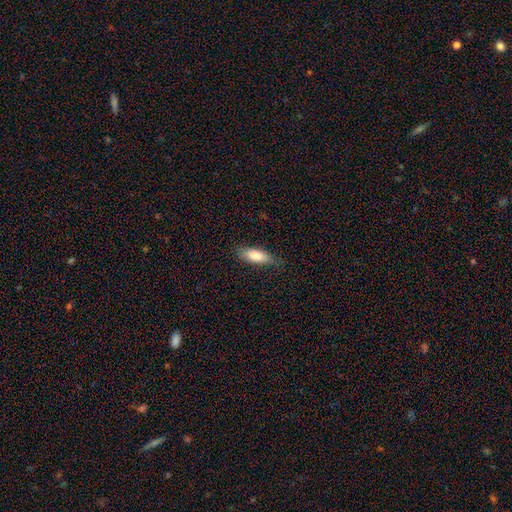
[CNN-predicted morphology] smooth-or-featured: smooth: 82% | featured or disk: 12% | star or artifact: 6%
  how-rounded: in between: 62% | cigar-shaped: 36% | round: 2%
  merging: none: 70% | minor disturbance: 24% | major disturbance: 5% | merger: 1%